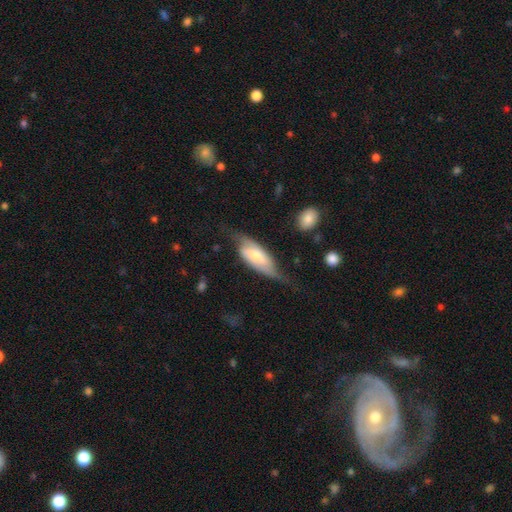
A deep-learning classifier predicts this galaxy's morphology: This appears to be a featured or disk galaxy (65%). Merging: none (50%).